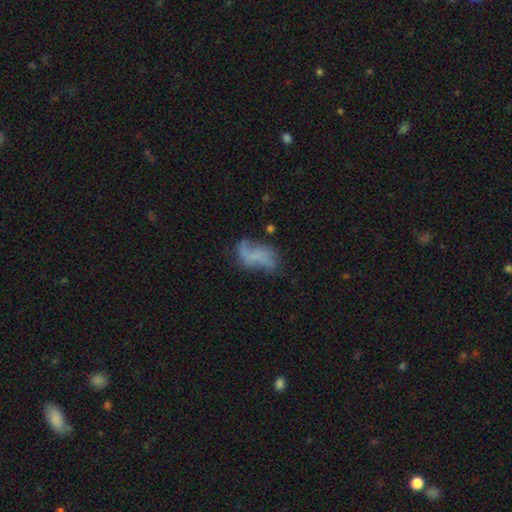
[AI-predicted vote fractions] Overall: featured or disk (49%; smooth 39%). Merging: none (37%; major disturbance 29%).